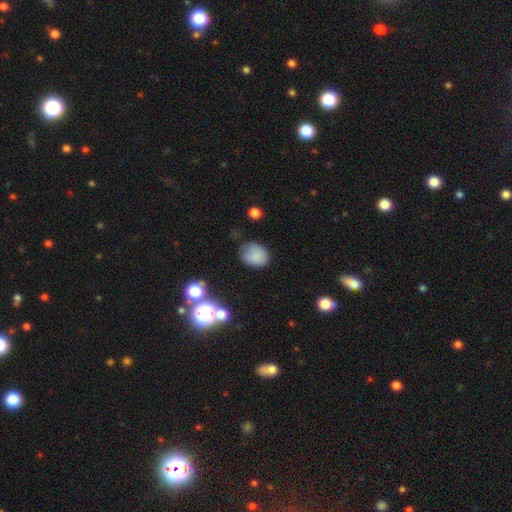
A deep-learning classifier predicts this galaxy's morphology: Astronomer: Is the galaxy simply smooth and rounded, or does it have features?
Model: smooth — 80%.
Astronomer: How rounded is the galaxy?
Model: in between — 59% (runner-up: round, 40%).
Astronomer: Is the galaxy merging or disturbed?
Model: none — 61%.